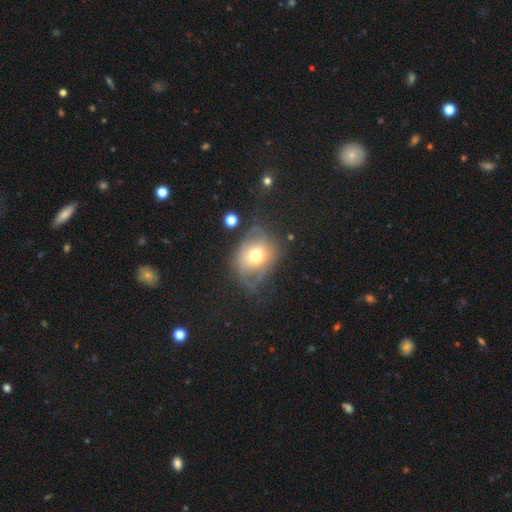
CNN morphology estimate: Smooth or featured?
  - smooth: 57% *
  - featured or disk: 32%
  - star or artifact: 10%
How rounded?
  - in between: 57% *
  - round: 42%
  - cigar-shaped: 1%
Merging?
  - none: 47% *
  - minor disturbance: 28%
  - major disturbance: 23%
  - merger: 3%